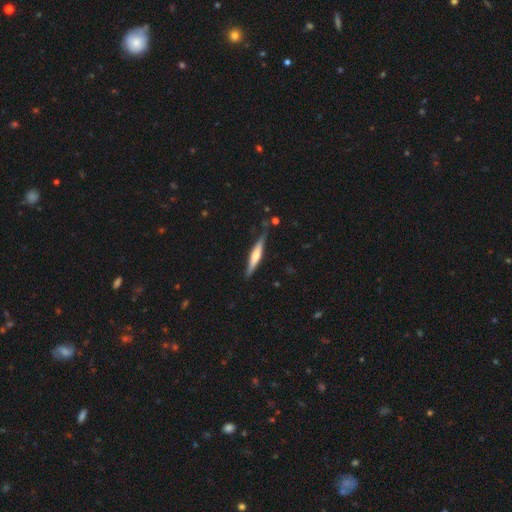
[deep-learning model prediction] smooth_or_featured: featured or disk (p=0.56) [alt: smooth p=0.38]
disk_edge_on: yes (p=0.96) [alt: no p=0.04]
edge_on_bulge: rounded (p=0.68) [alt: boxy p=0.18]
merging: none (p=0.81) [alt: minor disturbance p=0.14]